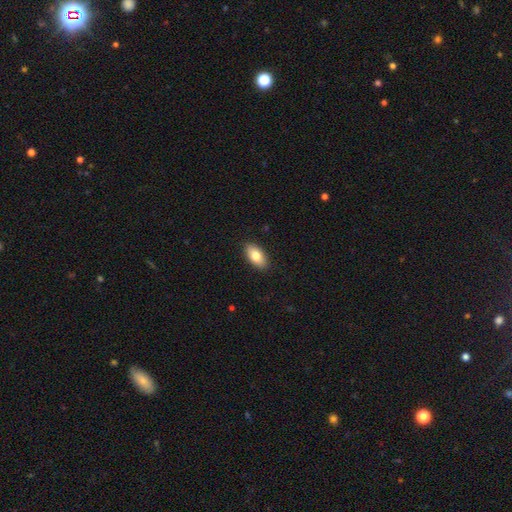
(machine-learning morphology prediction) Smooth or featured? smooth (81%)
How rounded? in between (92%)
Merging? none (89%)